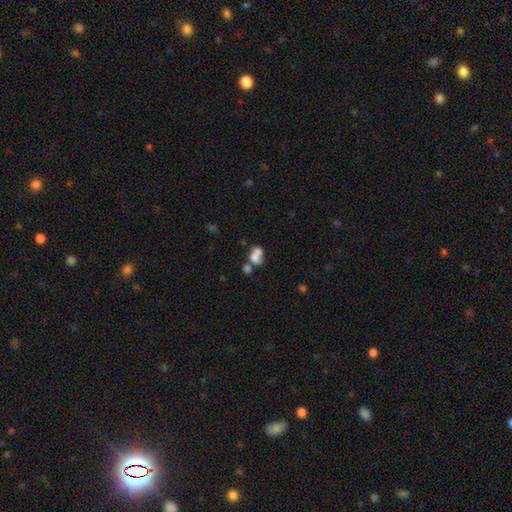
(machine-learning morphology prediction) Smooth or featured?
  - smooth: 60% *
  - featured or disk: 28%
  - star or artifact: 12%
How rounded?
  - in between: 67% *
  - round: 31%
  - cigar-shaped: 2%
Merging?
  - merger: 58% *
  - none: 22%
  - minor disturbance: 10%
  - major disturbance: 9%